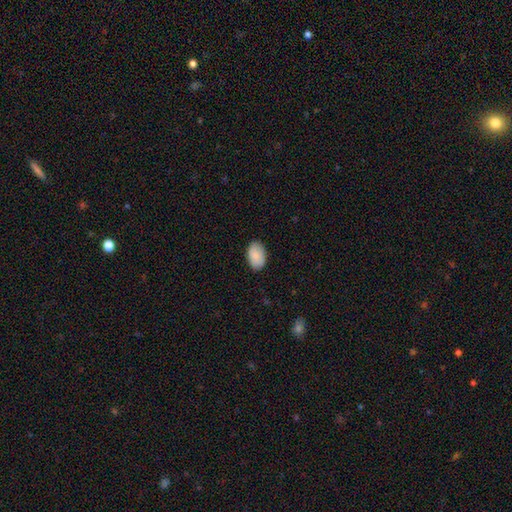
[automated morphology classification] This appears to be a smooth galaxy with no disk features (86%) that is in between round and cigar-shaped (91%). Merging: none (86%).